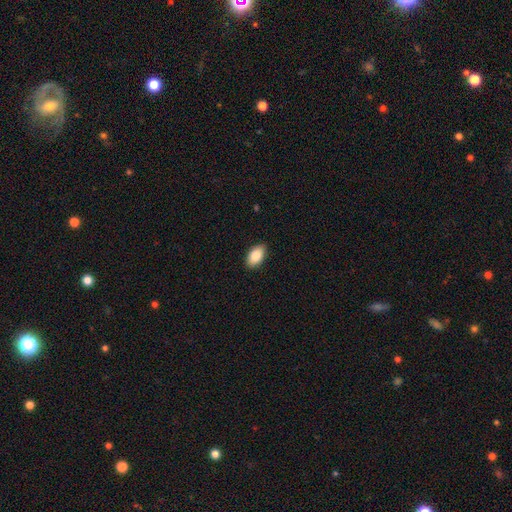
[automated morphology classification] Smooth or featured?
  - smooth: 83% *
  - featured or disk: 10%
  - star or artifact: 7%
How rounded?
  - in between: 93% *
  - round: 5%
  - cigar-shaped: 2%
Merging?
  - none: 89% *
  - minor disturbance: 8%
  - major disturbance: 2%
  - merger: 1%